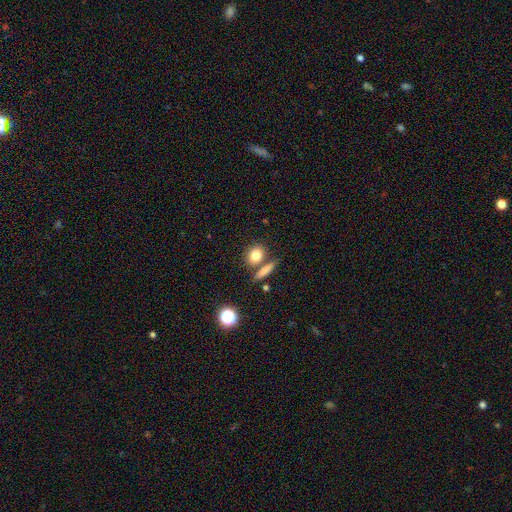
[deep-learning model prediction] Smooth or featured? Predicted: smooth (p=0.82). How rounded? Predicted: round (p=0.52). Merging? Predicted: none (p=0.67).